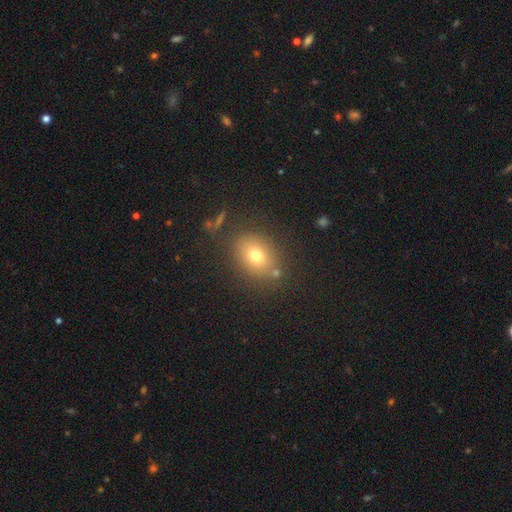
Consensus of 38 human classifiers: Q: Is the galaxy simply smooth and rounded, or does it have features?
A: smooth — 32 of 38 (84%).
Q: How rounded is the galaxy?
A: in between — 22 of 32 (69%).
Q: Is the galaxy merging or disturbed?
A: none — 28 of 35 (80%).